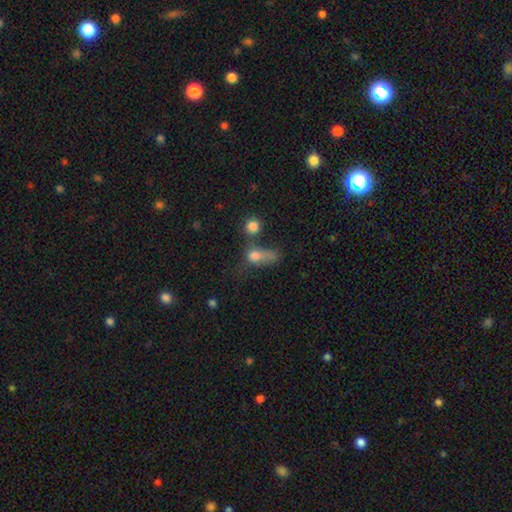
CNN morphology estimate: This is likely a smooth galaxy (70%). How rounded: possibly in between (56%). Merging: marginally major disturbance (32%).